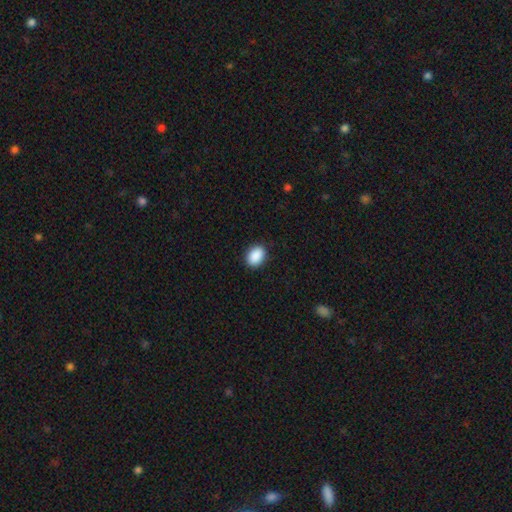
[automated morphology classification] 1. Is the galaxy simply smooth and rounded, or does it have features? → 90% smooth, 7% star or artifact, 3% featured or disk.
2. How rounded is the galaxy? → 77% in between, 22% round, 1% cigar-shaped.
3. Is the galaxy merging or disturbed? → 88% none, 9% minor disturbance, 2% major disturbance, 1% merger.